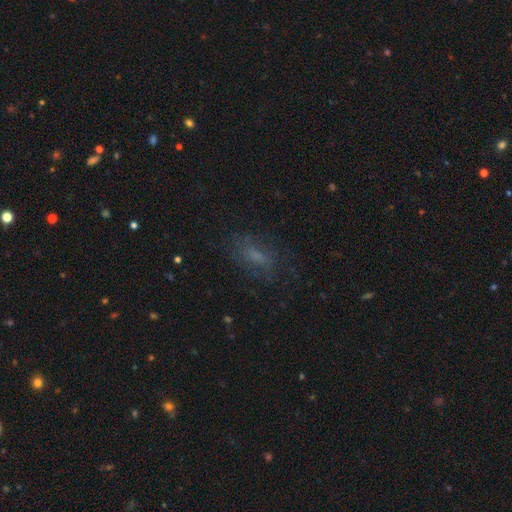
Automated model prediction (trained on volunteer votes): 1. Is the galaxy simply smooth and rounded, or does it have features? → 51% smooth, 29% featured or disk, 20% star or artifact.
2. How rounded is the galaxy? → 76% in between, 13% cigar-shaped, 11% round.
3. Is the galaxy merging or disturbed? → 68% none, 18% minor disturbance, 13% major disturbance, 2% merger.